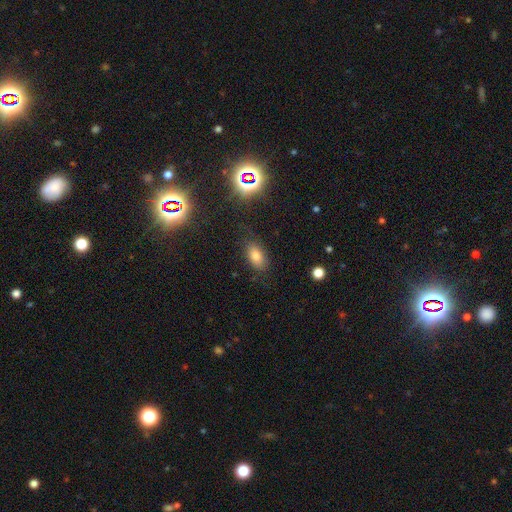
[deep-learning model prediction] A smooth galaxy with no disk features (74%) that is in between round and cigar-shaped (89%).

Vote fractions:
- Smooth or featured? smooth: 74% / star or artifact: 15% / featured or disk: 10%
- How rounded? in between: 89% / round: 7% / cigar-shaped: 4%
- Merging? none: 80% / minor disturbance: 14% / major disturbance: 4% / merger: 2%